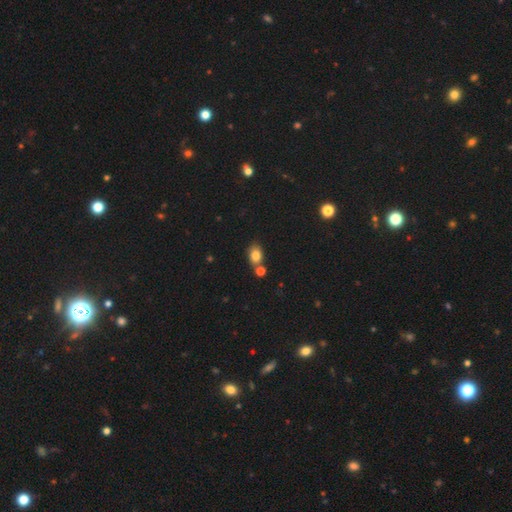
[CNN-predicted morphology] smooth 81%, star or artifact 11%, featured or disk 8%. Down the decision tree: how rounded — in between (68%); merging — none (58%).